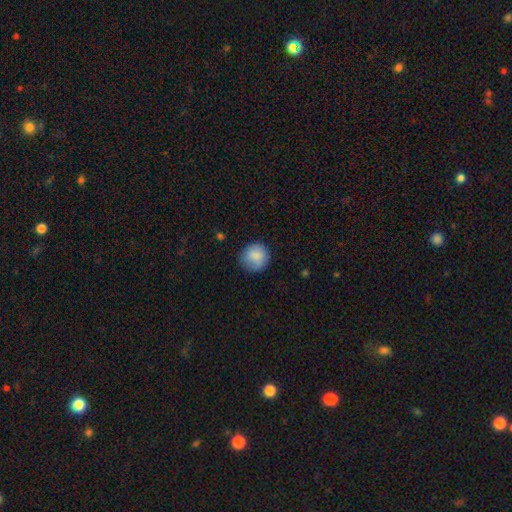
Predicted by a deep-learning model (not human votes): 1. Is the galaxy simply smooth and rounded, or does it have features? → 86% smooth, 7% star or artifact, 7% featured or disk.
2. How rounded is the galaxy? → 89% round, 10% in between, 1% cigar-shaped.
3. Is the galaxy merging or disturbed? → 81% none, 14% minor disturbance, 3% major disturbance, 1% merger.